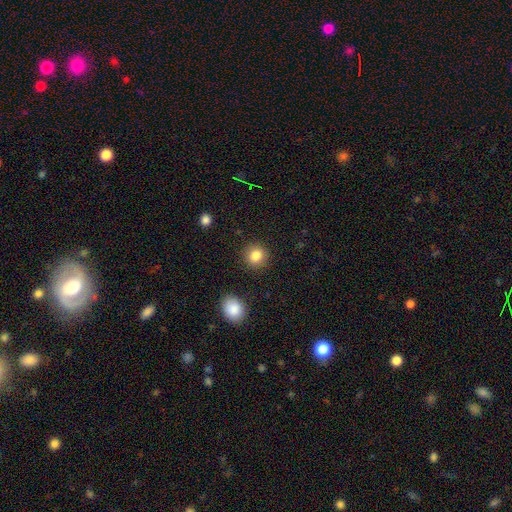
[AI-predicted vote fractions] Smooth or featured: smooth — 84% (star or artifact — 10%)
How rounded: round — 89% (in between — 10%)
Merging: none — 90% (minor disturbance — 6%)